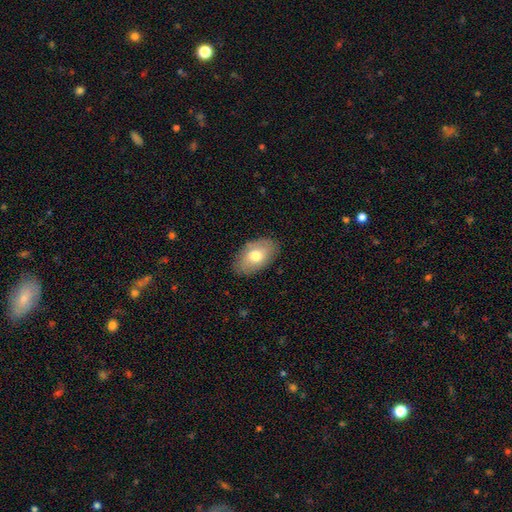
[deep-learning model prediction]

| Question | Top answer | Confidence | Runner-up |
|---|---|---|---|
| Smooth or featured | smooth | 72% | featured or disk (22%) |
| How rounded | in between | 92% | round (6%) |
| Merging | none | 84% | minor disturbance (12%) |